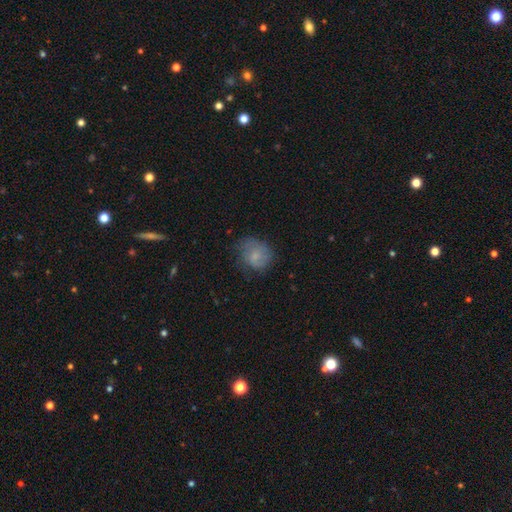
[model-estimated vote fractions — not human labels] This appears to be a smooth galaxy with no disk features (69%) that is round (69%). Merging: none (56%).